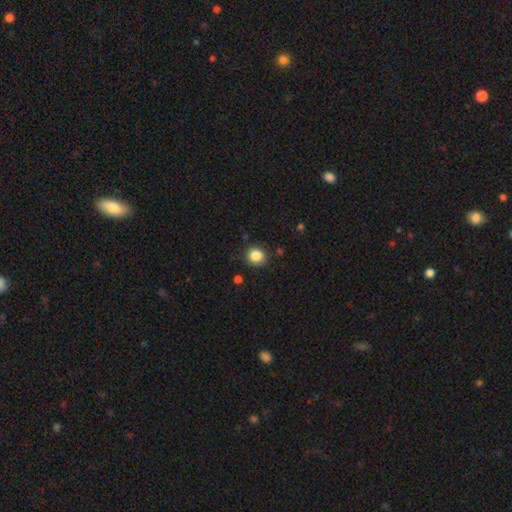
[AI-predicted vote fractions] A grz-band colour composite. It shows a smooth galaxy with no disk features (85%) that is round (86%). Merging: none (87%).